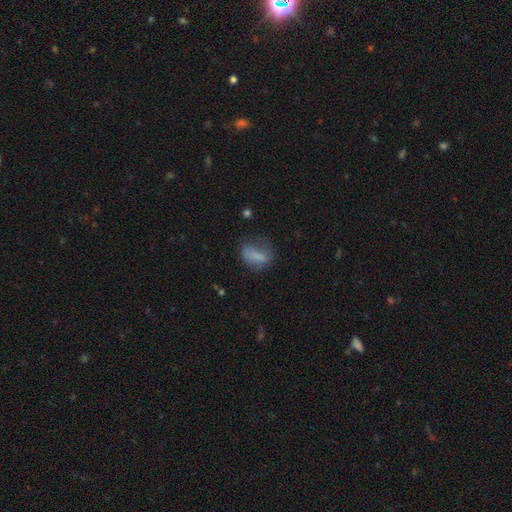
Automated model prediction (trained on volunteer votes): This appears to be a smooth galaxy with no disk features (71%) that is in between round and cigar-shaped (77%). Merging: none (43%).